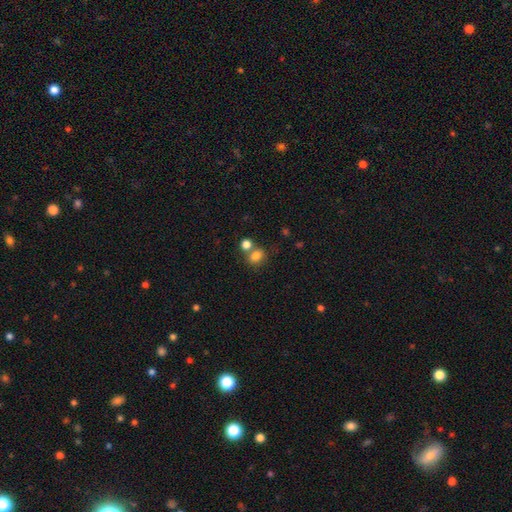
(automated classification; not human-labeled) This is clearly a smooth galaxy (80%). How rounded: possibly round (50%). Merging: possibly none (54%).